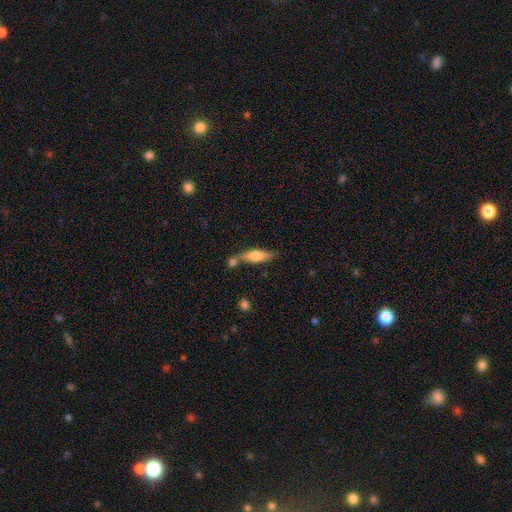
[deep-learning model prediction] Morphology: type=smooth (60%); roundness=cigar-shaped (55%); merging=none (55%).